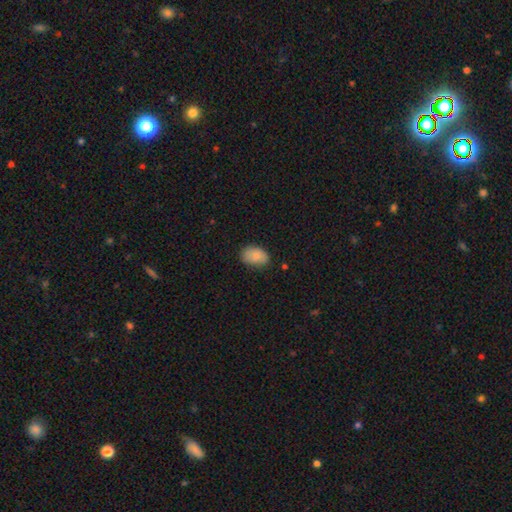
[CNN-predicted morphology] This is clearly a smooth galaxy (84%). How rounded: clearly in between (85%). Merging: likely none (76%).